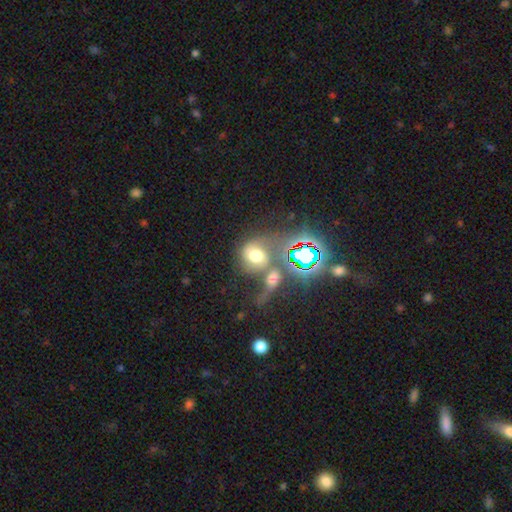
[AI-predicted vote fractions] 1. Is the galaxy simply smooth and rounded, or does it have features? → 48% smooth, 30% featured or disk, 21% star or artifact.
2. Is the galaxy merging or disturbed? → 41% merger, 29% none, 18% major disturbance, 12% minor disturbance.